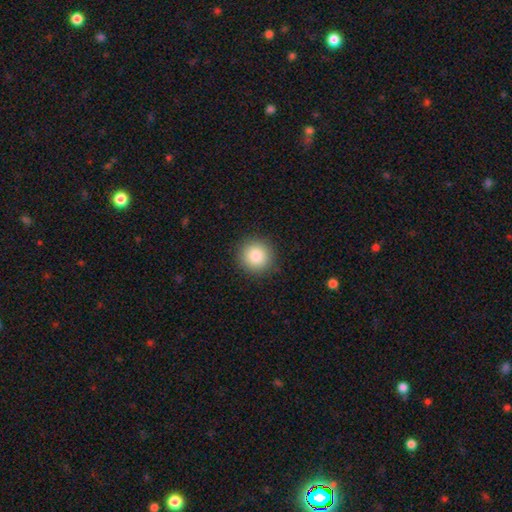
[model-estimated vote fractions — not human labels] This appears to be a smooth galaxy with no disk features (85%) that is round (94%). Merging: none (91%).